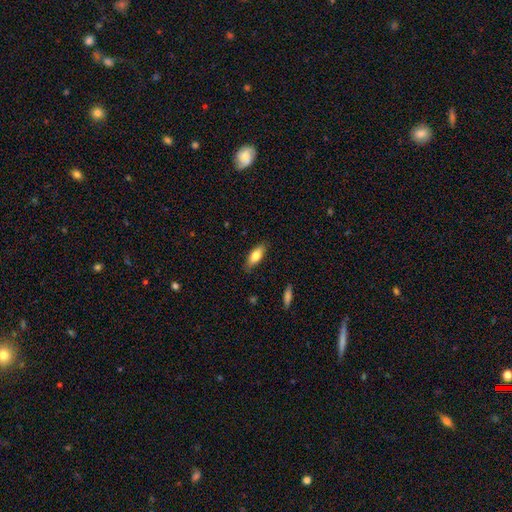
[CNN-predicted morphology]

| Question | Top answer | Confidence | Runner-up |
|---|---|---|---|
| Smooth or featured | smooth | 76% | featured or disk (17%) |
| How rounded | in between | 74% | cigar-shaped (24%) |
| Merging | none | 84% | minor disturbance (13%) |